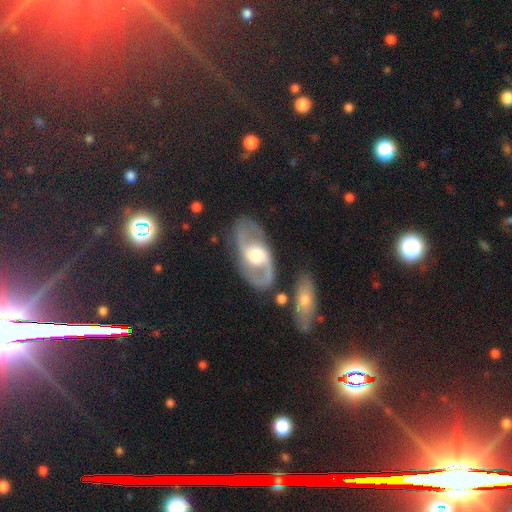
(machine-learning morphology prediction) A featured or disk galaxy (83%) with no bar (45%), 2 (91%) medium (52%) spiral arms (89%) and a moderate central bulge (64%).

Vote fractions:
- Smooth or featured? featured or disk: 83% / smooth: 13% / star or artifact: 4%
- Edge-on disk? no: 94% / yes: 6%
- Bar? no: 45% / weak: 40% / strong: 15%
- Spiral arms? yes: 89% / no: 11%
- Spiral winding? medium: 52% / loose: 32% / tight: 16%
- Spiral arm count? 2: 91% / can't tell: 4% / 1: 2% / 3: 1% / 4: 1% / more than 4: 1%
- Bulge size? moderate: 64% / large: 24% / small: 9% / dominant: 2% / none: 1%
- Merging? none: 81% / minor disturbance: 11% / major disturbance: 5% / merger: 3%